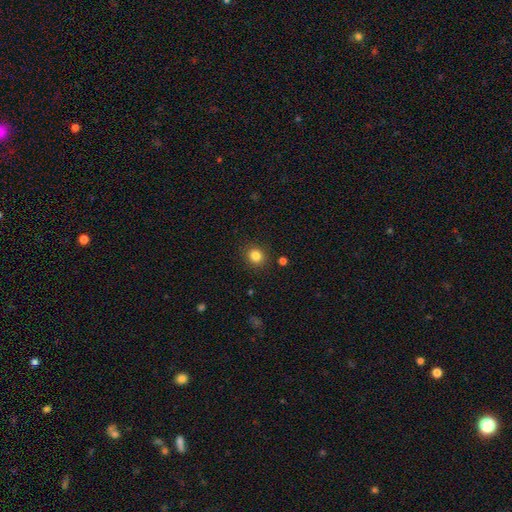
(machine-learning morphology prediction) Overall: smooth (84%). How rounded: round (79%). Merging: none (89%).